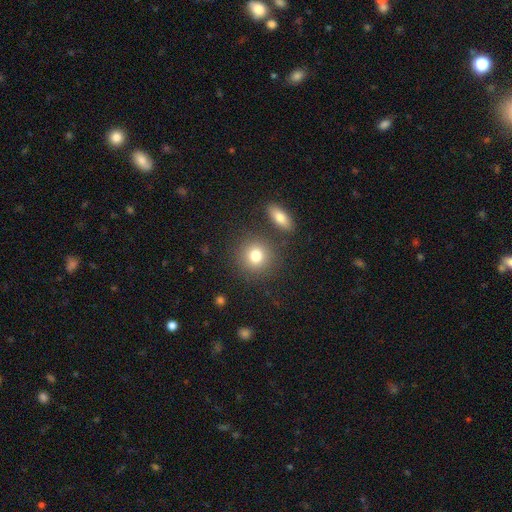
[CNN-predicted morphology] type=smooth (78%); roundness=round (89%); merging=none (81%).